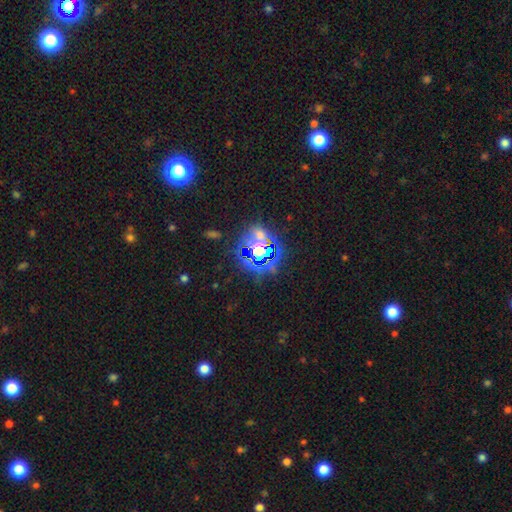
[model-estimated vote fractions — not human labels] A star or artifact, not a galaxy (75%).